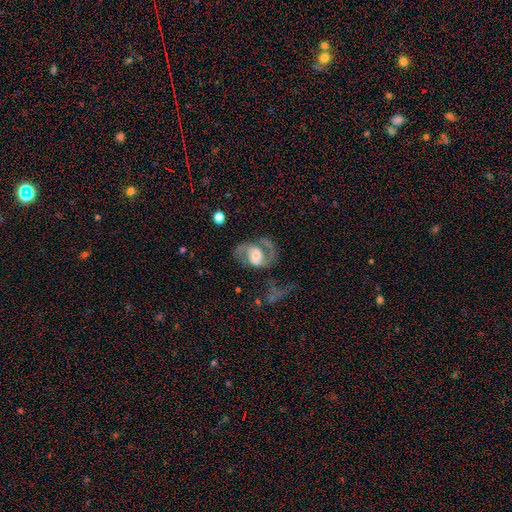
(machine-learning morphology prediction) Smooth or featured?
  - featured or disk: 81% *
  - smooth: 12%
  - star or artifact: 6%
Edge-on disk?
  - no: 97% *
  - yes: 3%
Bar?
  - no: 49% *
  - weak: 38%
  - strong: 13%
Spiral arms?
  - yes: 92% *
  - no: 8%
Spiral winding?
  - medium: 53% *
  - loose: 28%
  - tight: 19%
Spiral arm count?
  - 2: 85% *
  - 1: 7%
  - can't tell: 5%
  - 3: 2%
  - 4: 1%
  - more than 4: 1%
Bulge size?
  - moderate: 44% *
  - small: 25%
  - large: 23%
  - none: 5%
  - dominant: 3%
Merging?
  - none: 52% *
  - major disturbance: 27%
  - minor disturbance: 17%
  - merger: 4%